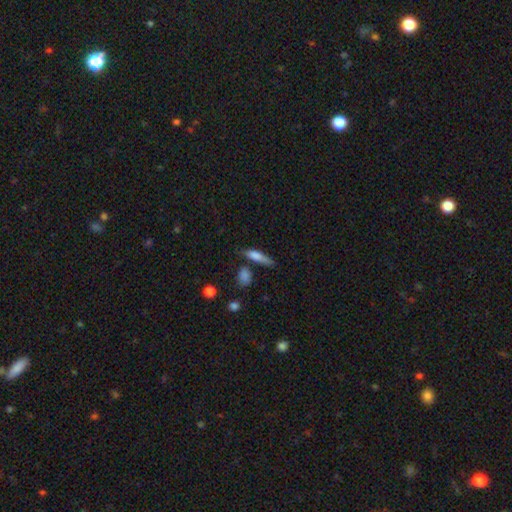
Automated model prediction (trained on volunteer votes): Morphology: type=smooth (71%); roundness=cigar-shaped (72%); merging=none (59%).